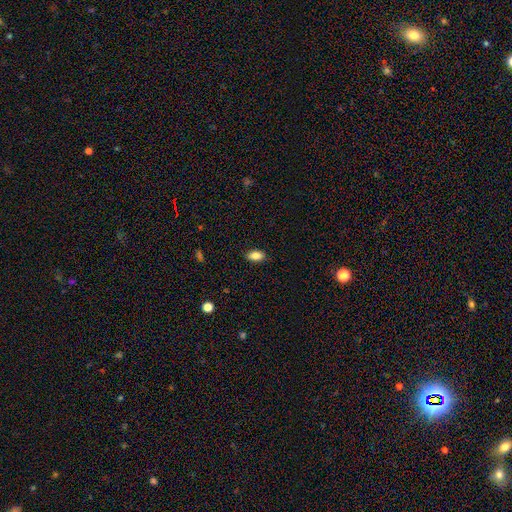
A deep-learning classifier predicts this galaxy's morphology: Smooth or featured? smooth (87%)
How rounded? in between (90%)
Merging? none (87%)